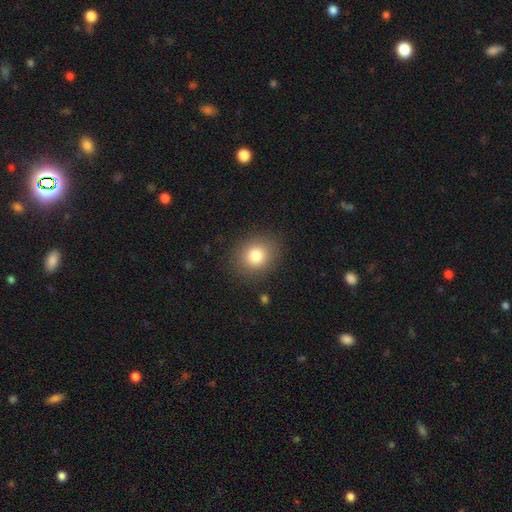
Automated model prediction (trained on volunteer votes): The model was most divided on "how rounded": round: 71%, in between: 28%, cigar-shaped: 1%. More confident: merging — none (87%); smooth or featured — smooth (81%).